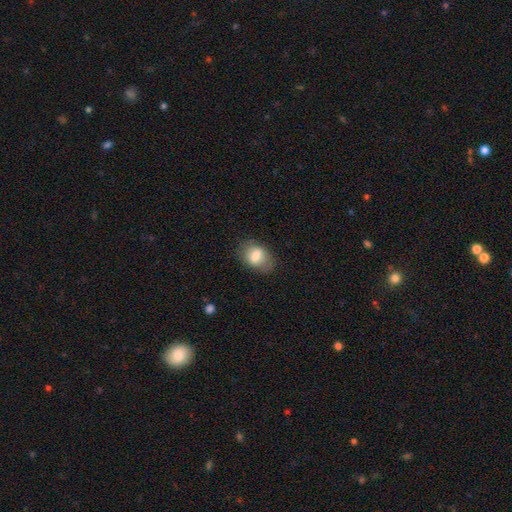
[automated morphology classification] smooth 75%, featured or disk 17%, star or artifact 8%. Down the decision tree: how rounded — in between (78%); merging — none (77%).